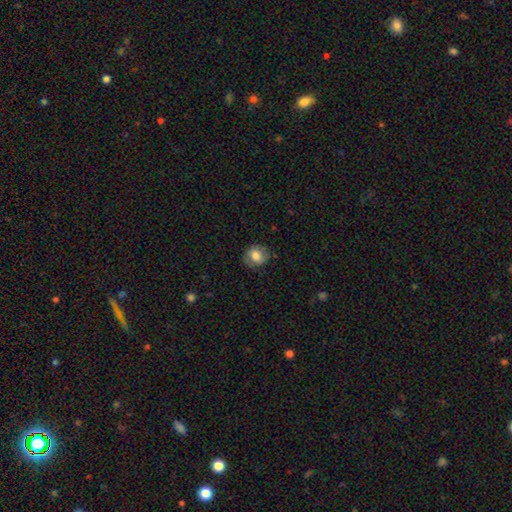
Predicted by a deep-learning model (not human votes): A smooth galaxy with no disk features (72%) that is round (66%). Merging: none (76%).